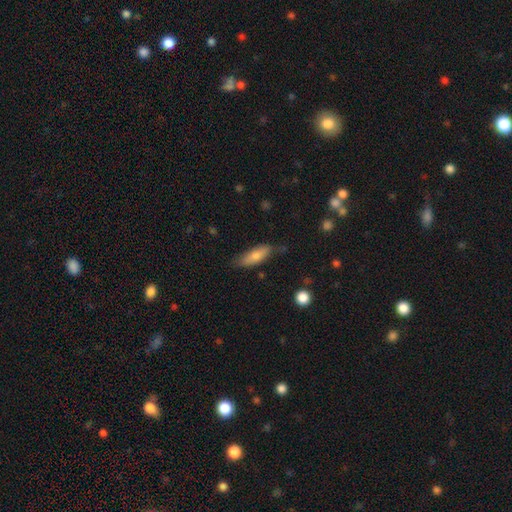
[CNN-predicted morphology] Smooth or featured? Predicted: smooth (p=0.75). How rounded? Predicted: in between (p=0.56). Merging? Predicted: none (p=0.68).